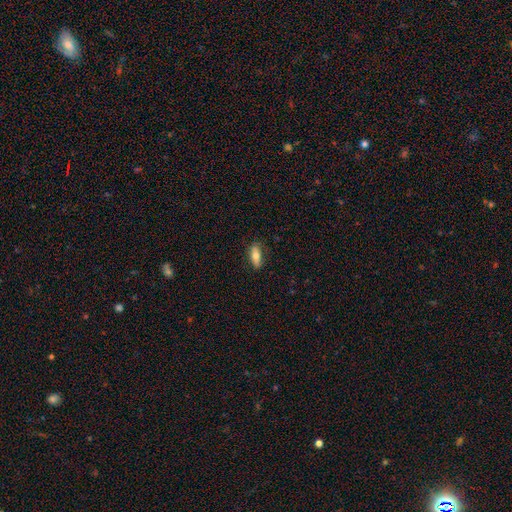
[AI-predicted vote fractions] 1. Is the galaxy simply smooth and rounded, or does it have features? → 67% smooth, 26% featured or disk, 6% star or artifact.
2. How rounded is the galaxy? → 69% in between, 28% cigar-shaped, 3% round.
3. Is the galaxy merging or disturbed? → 79% none, 17% minor disturbance, 3% major disturbance, 1% merger.